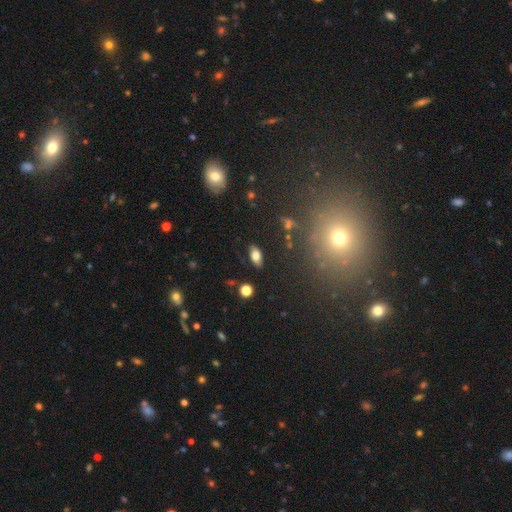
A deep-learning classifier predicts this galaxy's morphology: Smooth or featured? Predicted: smooth (p=0.73). How rounded? Predicted: in between (p=0.89). Merging? Predicted: none (p=0.85).